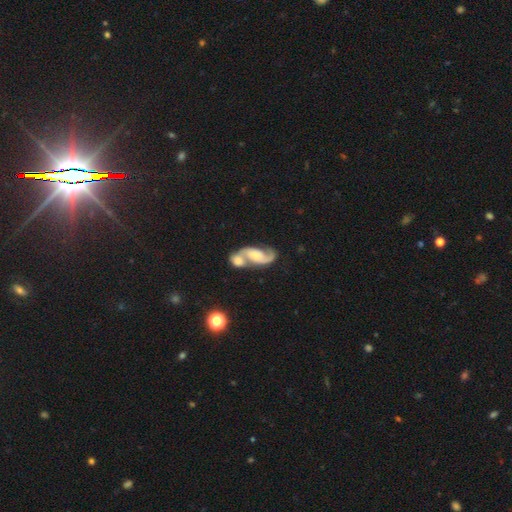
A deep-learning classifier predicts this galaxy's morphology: Smooth or featured?
  - featured or disk: 80% *
  - smooth: 14%
  - star or artifact: 6%
Edge-on disk?
  - no: 97% *
  - yes: 3%
Bar?
  - no: 56% *
  - weak: 32%
  - strong: 11%
Spiral arms?
  - yes: 94% *
  - no: 6%
Spiral winding?
  - medium: 45% *
  - loose: 40%
  - tight: 15%
Spiral arm count?
  - 2: 88% *
  - 1: 6%
  - can't tell: 4%
  - 3: 1%
  - 4: 1%
  - more than 4: 1%
Bulge size?
  - small: 43% *
  - moderate: 35%
  - none: 12%
  - large: 8%
  - dominant: 2%
Merging?
  - merger: 67% *
  - none: 20%
  - minor disturbance: 8%
  - major disturbance: 6%